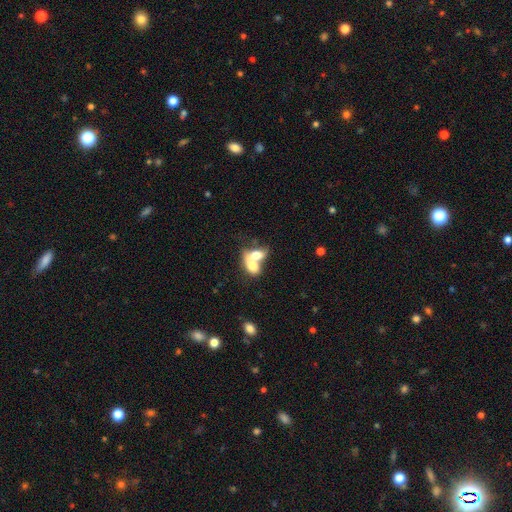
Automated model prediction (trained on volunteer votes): Morphology: type=smooth (68%); roundness=in between (80%); merging=merger (79%).